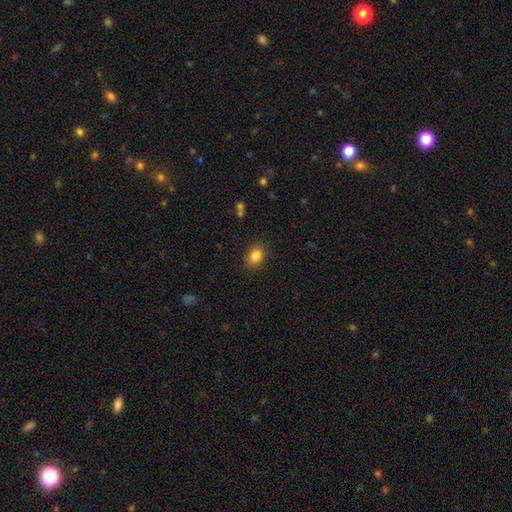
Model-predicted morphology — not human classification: Q: Smooth or featured?
A: smooth (85%); runner-up: star or artifact (10%)
Q: How rounded?
A: in between (61%); runner-up: round (38%)
Q: Merging?
A: none (86%); runner-up: minor disturbance (10%)